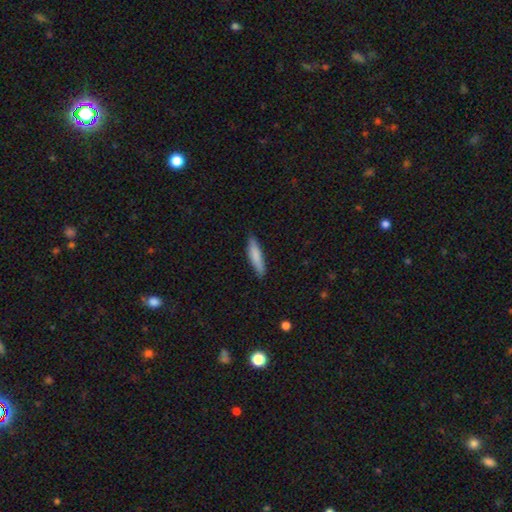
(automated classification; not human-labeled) Smooth or featured?
  - smooth: 80% *
  - featured or disk: 14%
  - star or artifact: 6%
How rounded?
  - cigar-shaped: 81% *
  - in between: 17%
  - round: 1%
Merging?
  - none: 84% *
  - minor disturbance: 13%
  - major disturbance: 2%
  - merger: 1%